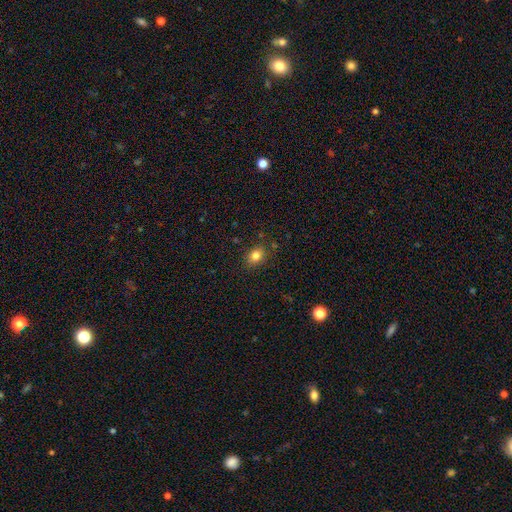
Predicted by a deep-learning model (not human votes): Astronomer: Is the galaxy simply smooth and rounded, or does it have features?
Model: smooth — 82%.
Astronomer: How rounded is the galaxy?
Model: in between — 59% (runner-up: round, 40%).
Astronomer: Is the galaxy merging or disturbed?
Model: none — 83%.